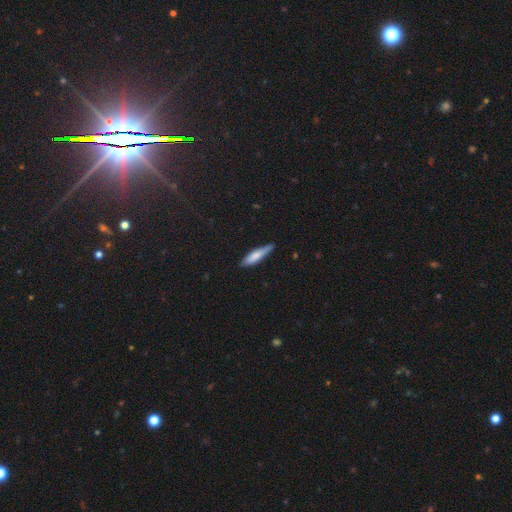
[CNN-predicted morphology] smooth-or-featured: smooth: 70% | featured or disk: 24% | star or artifact: 6%
  how-rounded: cigar-shaped: 80% | in between: 18% | round: 2%
  merging: none: 80% | minor disturbance: 16% | major disturbance: 2% | merger: 1%